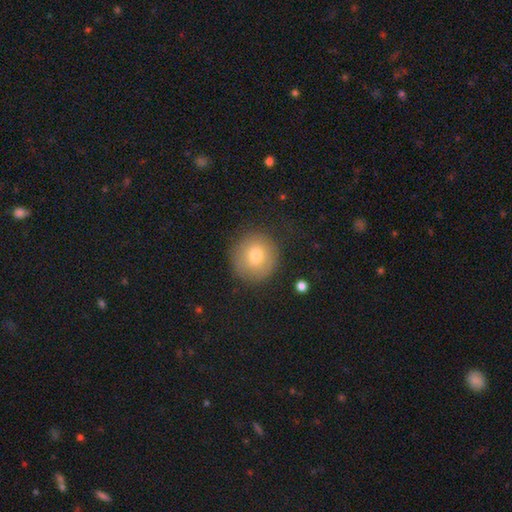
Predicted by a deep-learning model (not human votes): Overall: smooth (75%). How rounded: round (93%). Merging: none (83%).